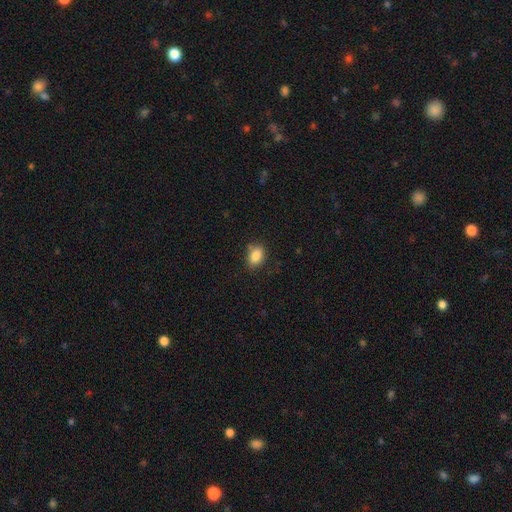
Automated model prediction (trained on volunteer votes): smooth_or_featured: smooth (p=0.86) [alt: star or artifact p=0.09]
how_rounded: in between (p=0.83) [alt: round p=0.16]
merging: none (p=0.79) [alt: minor disturbance p=0.14]